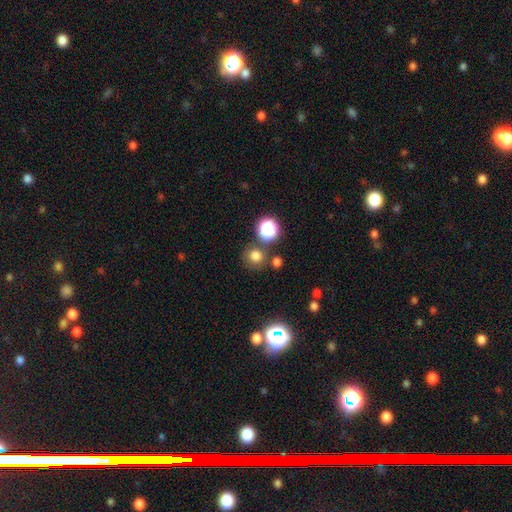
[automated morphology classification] A smooth galaxy with no disk features (74%) that is round (88%). Merging: none (74%).